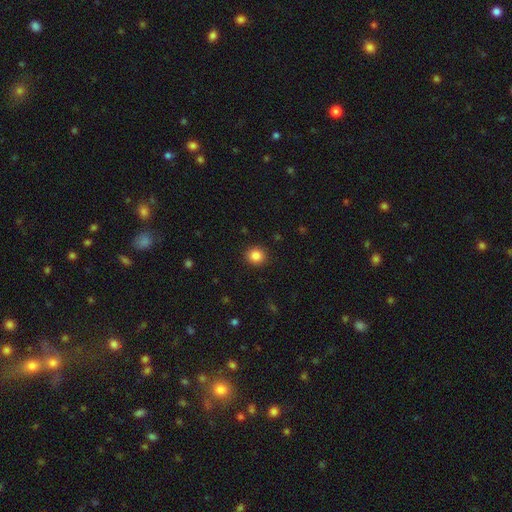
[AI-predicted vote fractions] Q: Smooth or featured?
A: smooth (86%); runner-up: star or artifact (10%)
Q: How rounded?
A: round (88%); runner-up: in between (11%)
Q: Merging?
A: none (91%); runner-up: minor disturbance (6%)